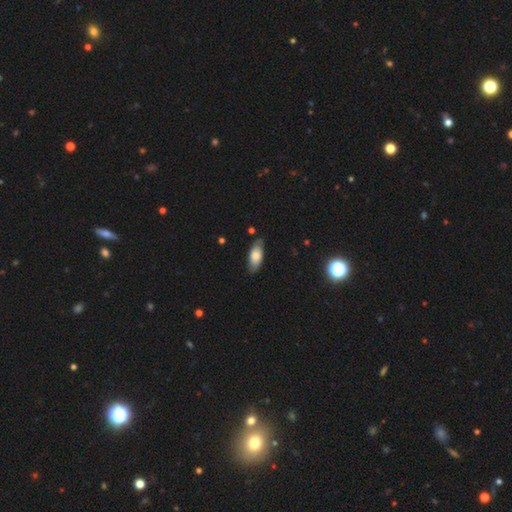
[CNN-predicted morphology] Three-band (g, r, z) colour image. It shows a smooth galaxy with no disk features (72%) that is in between round and cigar-shaped (84%). Merging: none (79%).